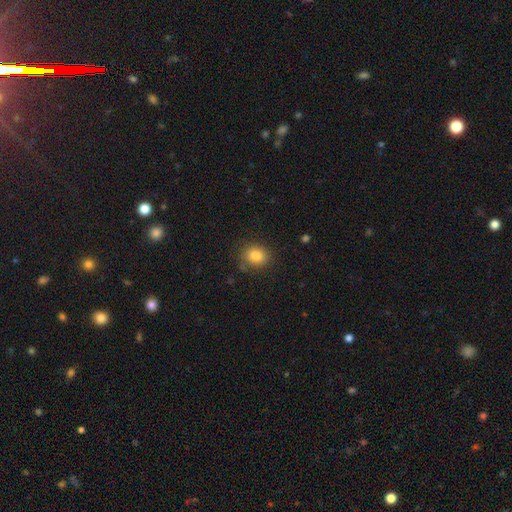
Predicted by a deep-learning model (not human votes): smooth-or-featured: smooth: 84% | star or artifact: 10% | featured or disk: 6%
  how-rounded: round: 63% | in between: 36% | cigar-shaped: 1%
  merging: none: 79% | minor disturbance: 14% | major disturbance: 4% | merger: 2%